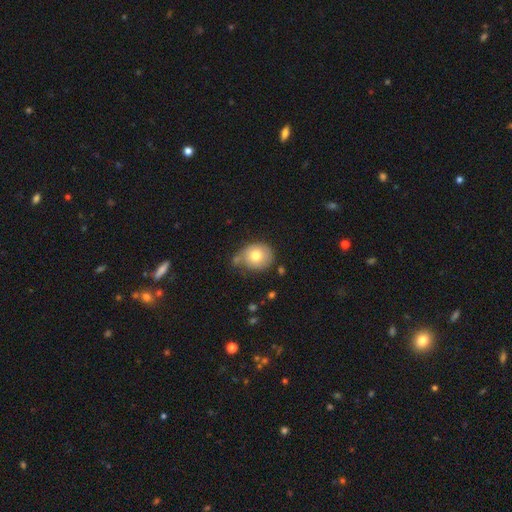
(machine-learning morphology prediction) Smooth or featured?
  - smooth: 76% *
  - featured or disk: 16%
  - star or artifact: 9%
How rounded?
  - round: 73% *
  - in between: 26%
  - cigar-shaped: 1%
Merging?
  - none: 59% *
  - minor disturbance: 23%
  - merger: 11%
  - major disturbance: 6%